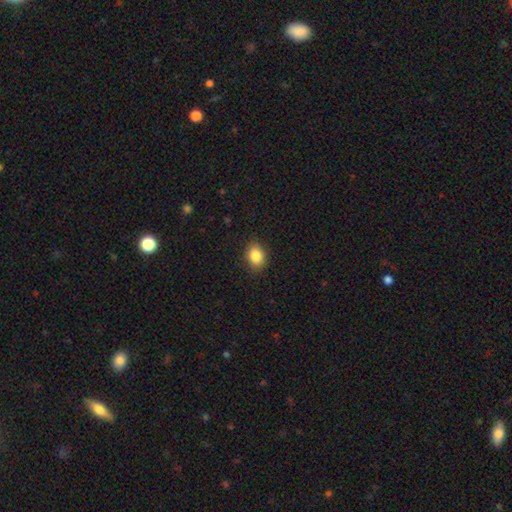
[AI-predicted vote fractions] A smooth galaxy with no disk features (86%) that is in between round and cigar-shaped (65%). Merging: none (87%).